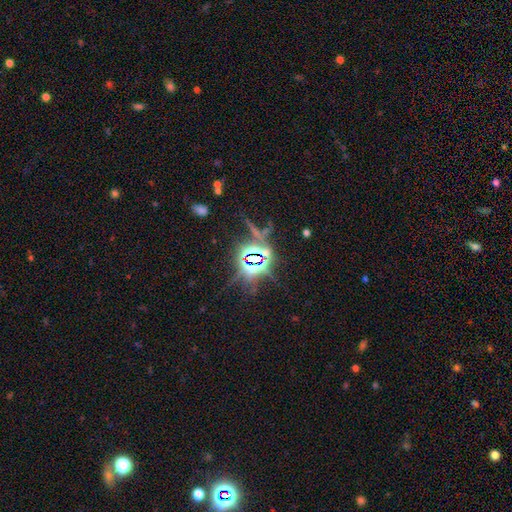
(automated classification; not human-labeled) Smooth or featured? star or artifact (82%)